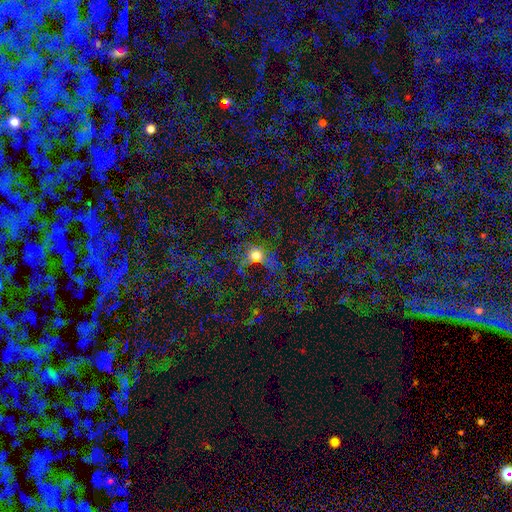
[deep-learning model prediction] Smooth or featured?
  - smooth: 39% *
  - star or artifact: 36%
  - featured or disk: 25%
Merging?
  - none: 47% *
  - major disturbance: 29%
  - minor disturbance: 15%
  - merger: 9%